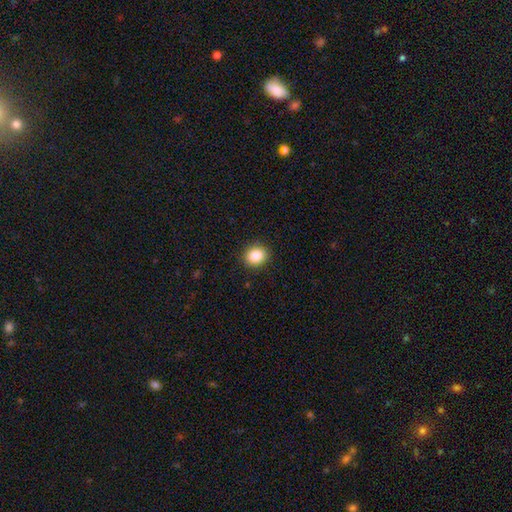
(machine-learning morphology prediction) Q: Smooth or featured?
A: smooth (86%); runner-up: star or artifact (9%)
Q: How rounded?
A: round (66%); runner-up: in between (33%)
Q: Merging?
A: none (90%); runner-up: minor disturbance (7%)